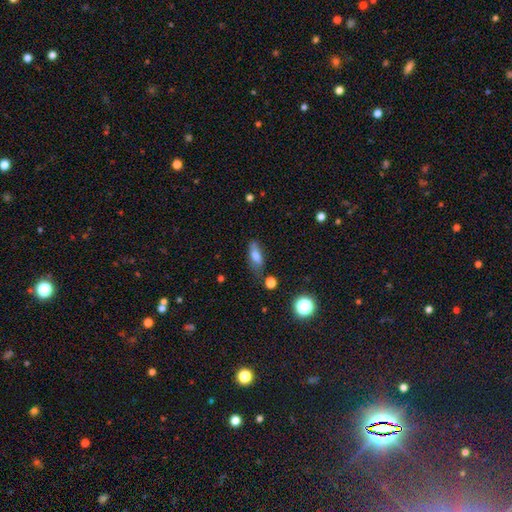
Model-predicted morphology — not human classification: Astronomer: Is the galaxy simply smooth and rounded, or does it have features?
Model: smooth — 71%.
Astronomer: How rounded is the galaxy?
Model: in between — 70%.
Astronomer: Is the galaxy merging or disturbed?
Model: none — 66%.